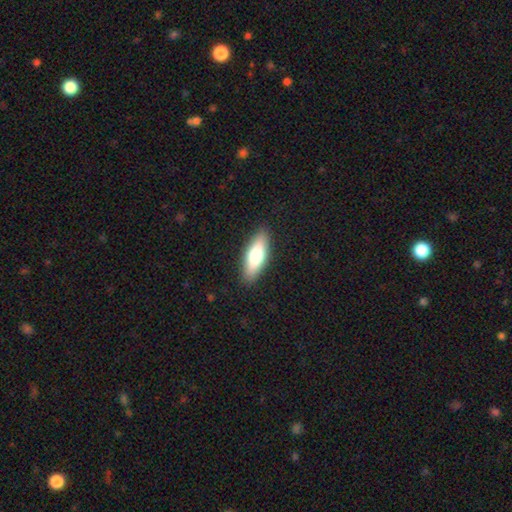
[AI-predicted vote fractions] Smooth or featured?
  - smooth: 71% *
  - featured or disk: 23%
  - star or artifact: 6%
How rounded?
  - in between: 61% *
  - cigar-shaped: 36%
  - round: 2%
Merging?
  - none: 89% *
  - minor disturbance: 8%
  - major disturbance: 2%
  - merger: 1%